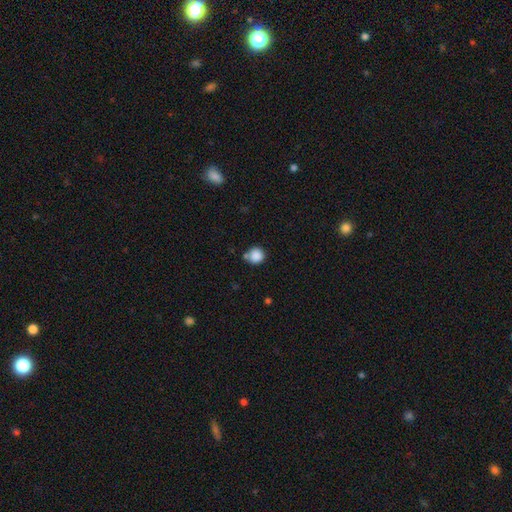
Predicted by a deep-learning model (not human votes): Smooth or featured?
  - smooth: 86% *
  - star or artifact: 10%
  - featured or disk: 4%
How rounded?
  - round: 92% *
  - in between: 7%
  - cigar-shaped: 1%
Merging?
  - none: 68% *
  - minor disturbance: 14%
  - merger: 14%
  - major disturbance: 4%